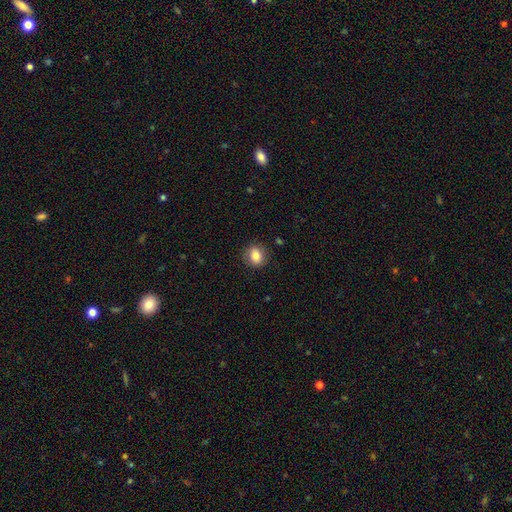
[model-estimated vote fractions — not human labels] Q: Smooth or featured?
A: smooth (82%); runner-up: star or artifact (9%)
Q: How rounded?
A: round (75%); runner-up: in between (24%)
Q: Merging?
A: none (87%); runner-up: minor disturbance (9%)